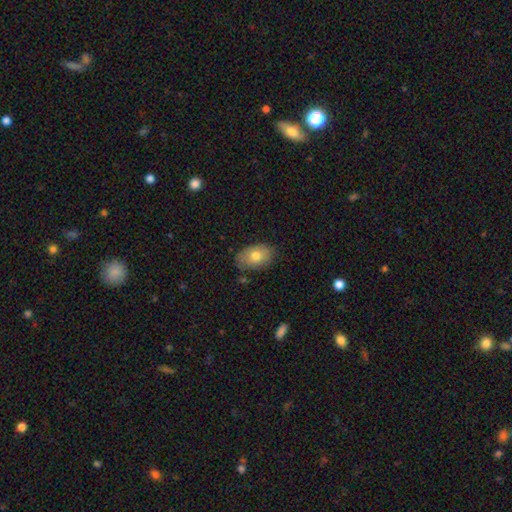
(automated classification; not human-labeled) This appears to be a smooth galaxy with no disk features (75%) that is in between round and cigar-shaped (87%). Merging: none (75%).